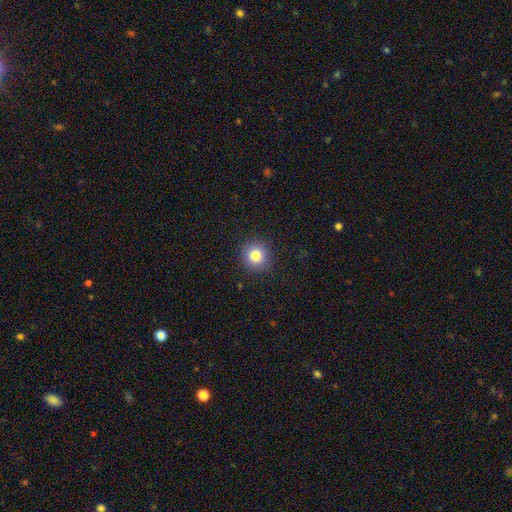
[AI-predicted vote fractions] smooth-or-featured: smooth: 82% | star or artifact: 11% | featured or disk: 7%
  how-rounded: round: 93% | in between: 7% | cigar-shaped: 1%
  merging: none: 91% | minor disturbance: 6% | major disturbance: 2% | merger: 1%